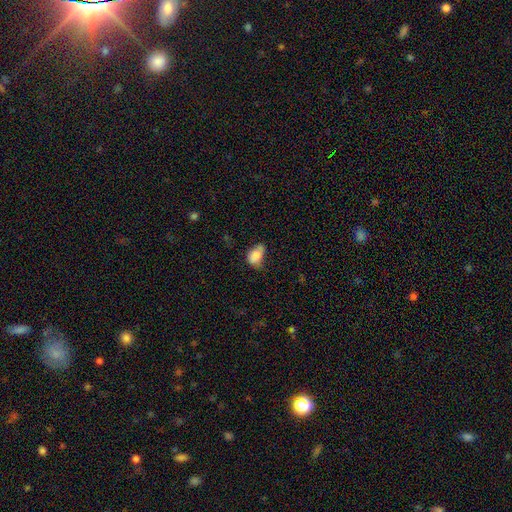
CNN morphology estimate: smooth_or_featured: smooth (p=0.80) [alt: featured or disk p=0.12]
how_rounded: in between (p=0.81) [alt: round p=0.18]
merging: minor disturbance (p=0.41) [alt: none p=0.34]